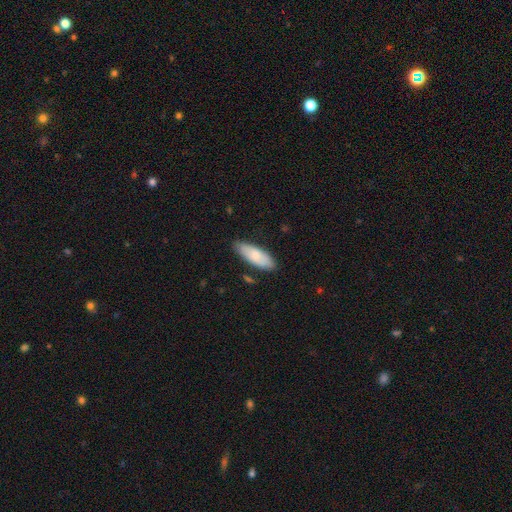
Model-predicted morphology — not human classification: Smooth or featured? Predicted: smooth (p=0.76). How rounded? Predicted: in between (p=0.64). Merging? Predicted: none (p=0.82).